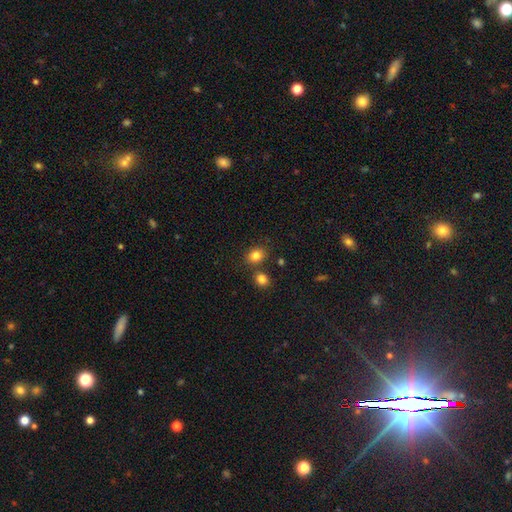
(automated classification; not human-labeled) Smooth or featured?
  - smooth: 83% *
  - star or artifact: 11%
  - featured or disk: 6%
How rounded?
  - round: 55% *
  - in between: 44%
  - cigar-shaped: 1%
Merging?
  - none: 74% *
  - merger: 13%
  - minor disturbance: 10%
  - major disturbance: 3%